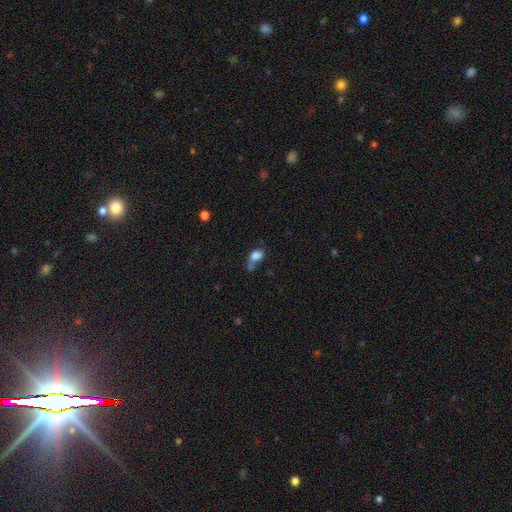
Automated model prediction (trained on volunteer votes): A smooth galaxy with no disk features (80%) that is in between round and cigar-shaped (64%).

Vote fractions:
- Smooth or featured? smooth: 80% / star or artifact: 11% / featured or disk: 10%
- How rounded? in between: 64% / round: 34% / cigar-shaped: 2%
- Merging? none: 33% / merger: 30% / minor disturbance: 21% / major disturbance: 15%